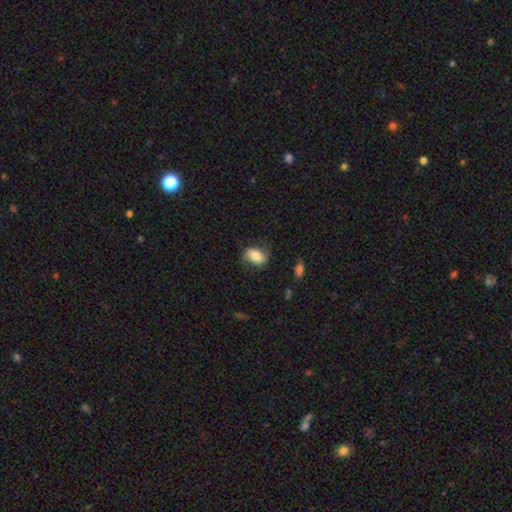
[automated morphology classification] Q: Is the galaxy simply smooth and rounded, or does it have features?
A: smooth — 69%.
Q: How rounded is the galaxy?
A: in between — 80%.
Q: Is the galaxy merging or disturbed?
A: none — 66%.